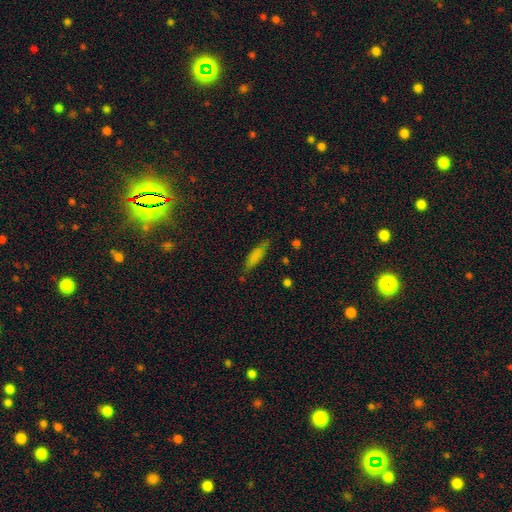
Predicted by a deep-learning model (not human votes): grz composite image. It shows a smooth galaxy with no disk features (77%) that is cigar-shaped (57%). Merging: none (70%).